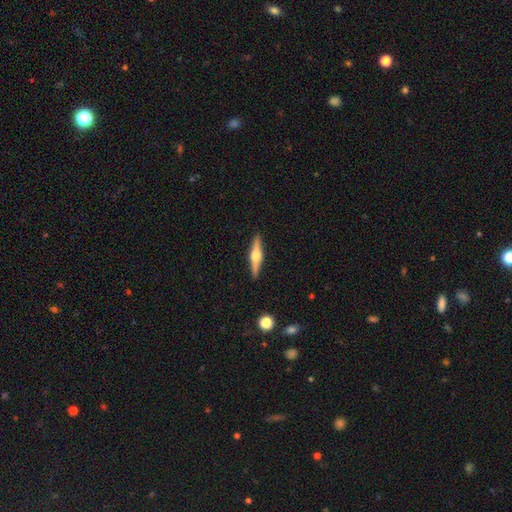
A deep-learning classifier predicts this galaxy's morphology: This appears to be a featured or disk galaxy (75%) viewed edge-on (98%) with a rounded central bulge (94%). Merging: none (91%).